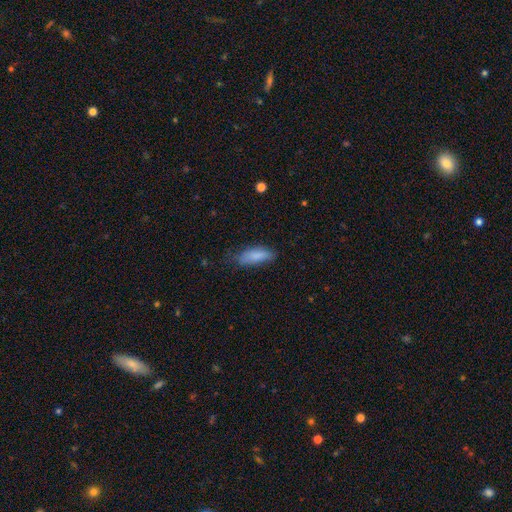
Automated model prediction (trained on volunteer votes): Smooth or featured?
  - smooth: 84% *
  - featured or disk: 9%
  - star or artifact: 7%
How rounded?
  - in between: 73% *
  - cigar-shaped: 25%
  - round: 2%
Merging?
  - none: 60% *
  - minor disturbance: 30%
  - major disturbance: 9%
  - merger: 2%